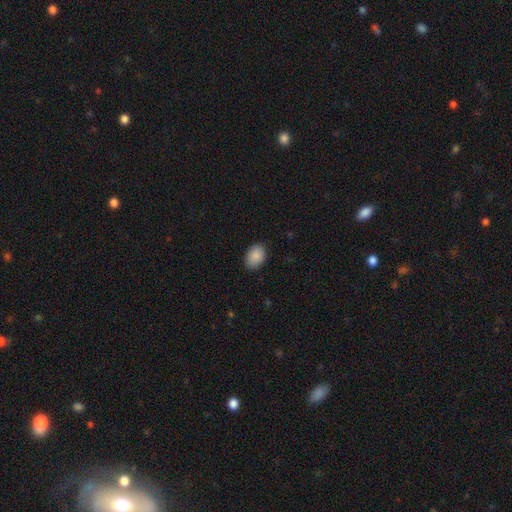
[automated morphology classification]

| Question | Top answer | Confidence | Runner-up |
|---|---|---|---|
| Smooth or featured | smooth | 89% | star or artifact (7%) |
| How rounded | in between | 80% | round (19%) |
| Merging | none | 87% | minor disturbance (10%) |